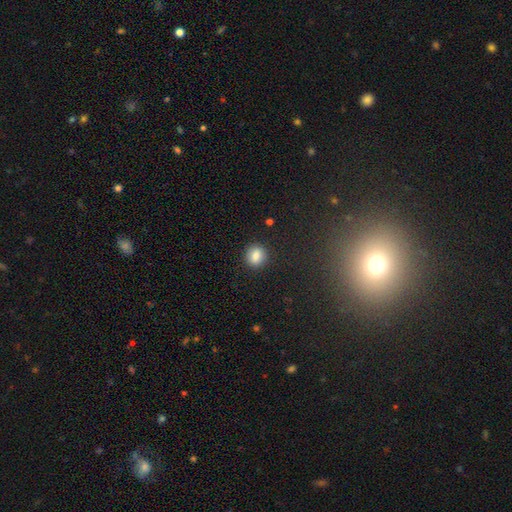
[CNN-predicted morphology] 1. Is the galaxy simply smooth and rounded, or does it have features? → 85% smooth, 10% star or artifact, 6% featured or disk.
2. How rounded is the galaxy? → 74% round, 25% in between, 1% cigar-shaped.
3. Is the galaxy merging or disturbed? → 88% none, 8% minor disturbance, 2% major disturbance, 2% merger.